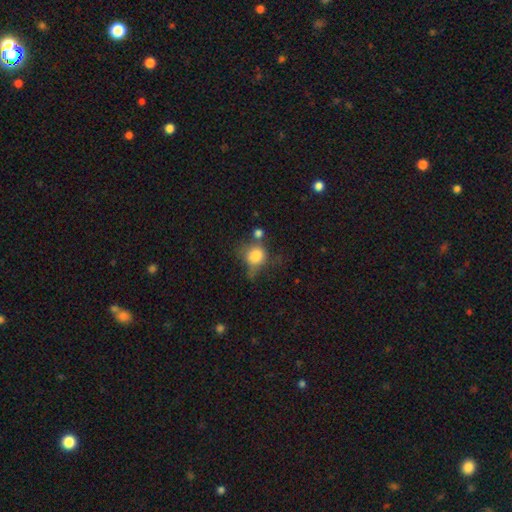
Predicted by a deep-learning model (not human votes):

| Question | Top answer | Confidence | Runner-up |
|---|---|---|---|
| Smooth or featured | smooth | 76% | featured or disk (13%) |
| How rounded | round | 77% | in between (22%) |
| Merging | none | 43% | minor disturbance (25%) |